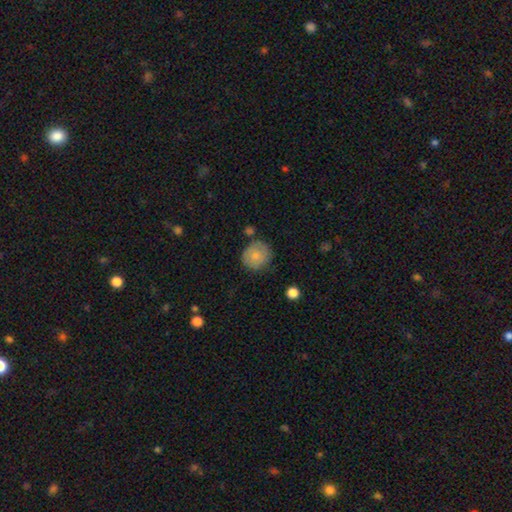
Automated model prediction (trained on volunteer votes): Smooth or featured?
  - smooth: 77% *
  - featured or disk: 16%
  - star or artifact: 7%
How rounded?
  - round: 86% *
  - in between: 14%
  - cigar-shaped: 1%
Merging?
  - none: 72% *
  - minor disturbance: 19%
  - merger: 5%
  - major disturbance: 4%